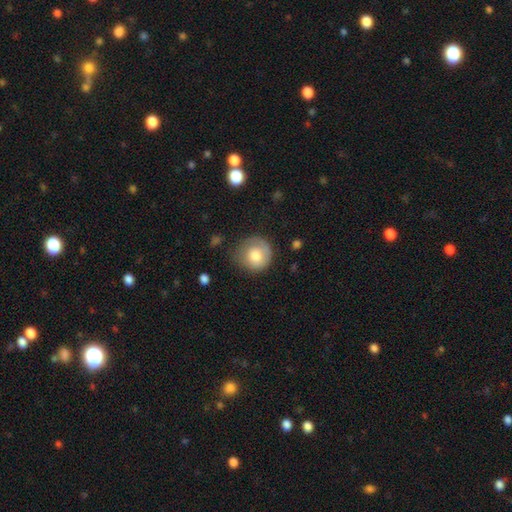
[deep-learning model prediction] A smooth galaxy with no disk features (73%) that is round (91%).

Vote fractions:
- Smooth or featured? smooth: 73% / featured or disk: 19% / star or artifact: 7%
- How rounded? round: 91% / in between: 9% / cigar-shaped: 1%
- Merging? none: 64% / minor disturbance: 23% / major disturbance: 11% / merger: 2%